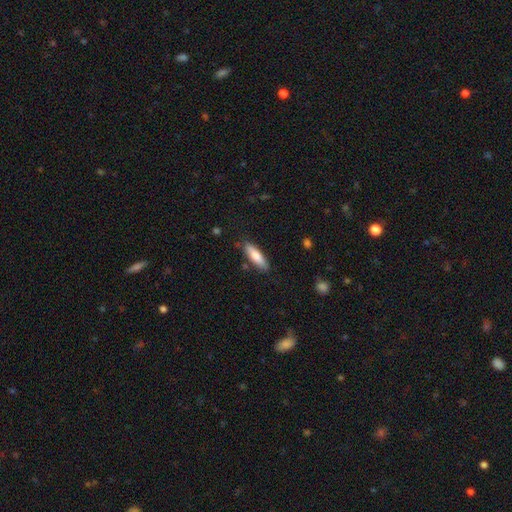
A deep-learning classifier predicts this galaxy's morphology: The model was most divided on "how rounded": cigar-shaped: 63%, in between: 36%, round: 2%. More confident: merging — none (83%); smooth or featured — smooth (79%).